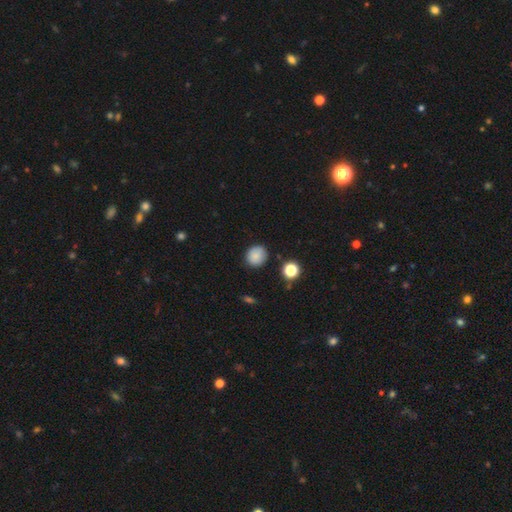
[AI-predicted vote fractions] smooth_or_featured: smooth (p=0.85) [alt: star or artifact p=0.10]
how_rounded: round (p=0.83) [alt: in between p=0.16]
merging: none (p=0.85) [alt: minor disturbance p=0.10]